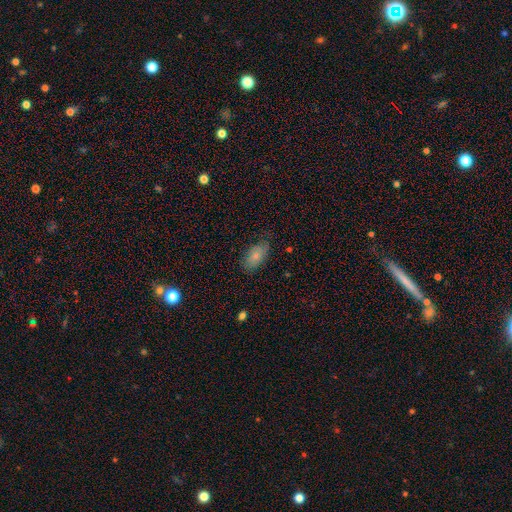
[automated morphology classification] smooth 77%, featured or disk 15%, star or artifact 7%. Down the decision tree: how rounded — in between (92%); merging — none (71%).